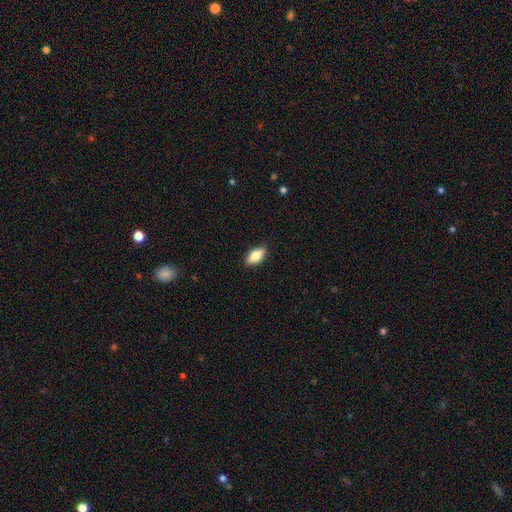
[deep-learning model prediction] Q: Smooth or featured?
A: smooth (73%); runner-up: featured or disk (20%)
Q: How rounded?
A: in between (85%); runner-up: cigar-shaped (11%)
Q: Merging?
A: none (85%); runner-up: minor disturbance (12%)